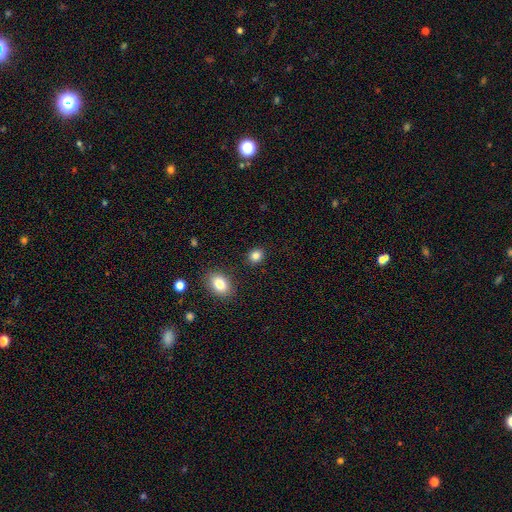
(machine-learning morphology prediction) This appears to be a smooth galaxy with no disk features (84%) that is round (64%). Merging: none (88%).